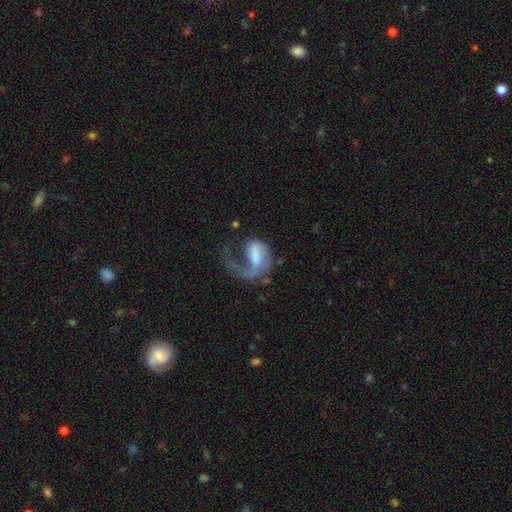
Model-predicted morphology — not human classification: Smooth or featured? Predicted: featured or disk (p=0.61). Edge-on disk? Predicted: no (p=0.97). Bar? Predicted: no (p=0.42). Spiral arms? Predicted: yes (p=0.80). Bulge size? Predicted: none (p=0.37). Merging? Predicted: major disturbance (p=0.60).